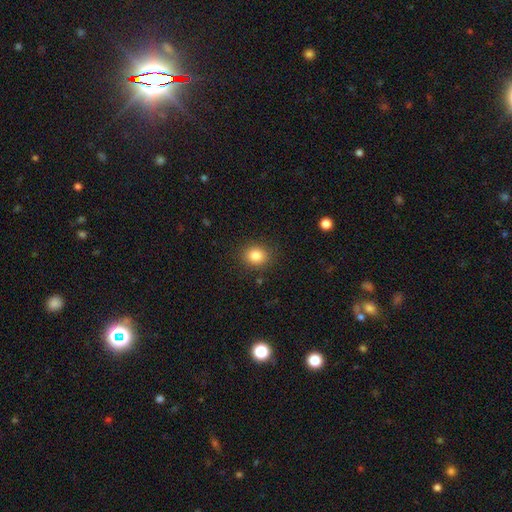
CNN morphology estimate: smooth_or_featured: smooth (p=0.84) [alt: star or artifact p=0.10]
how_rounded: round (p=0.73) [alt: in between p=0.26]
merging: none (p=0.88) [alt: minor disturbance p=0.08]